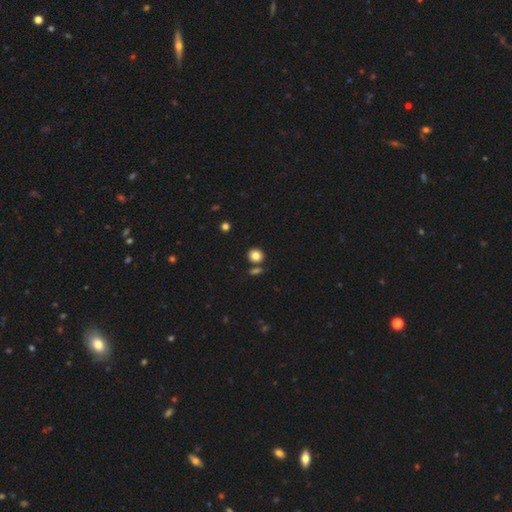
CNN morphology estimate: smooth_or_featured: smooth (p=0.83) [alt: star or artifact p=0.11]
how_rounded: round (p=0.79) [alt: in between p=0.20]
merging: none (p=0.75) [alt: merger p=0.13]